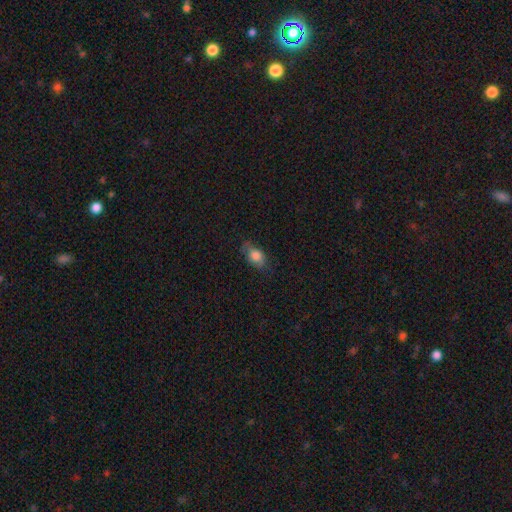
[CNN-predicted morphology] Q: Smooth or featured?
A: smooth (77%); runner-up: featured or disk (15%)
Q: How rounded?
A: in between (84%); runner-up: round (12%)
Q: Merging?
A: none (66%); runner-up: minor disturbance (25%)